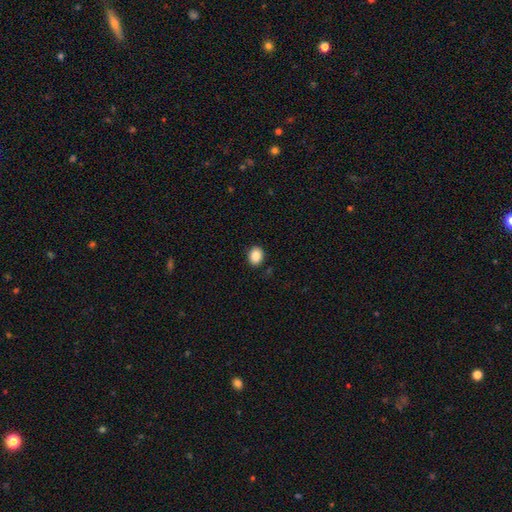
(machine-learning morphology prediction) Smooth or featured? smooth (86%)
How rounded? in between (55%)
Merging? none (90%)